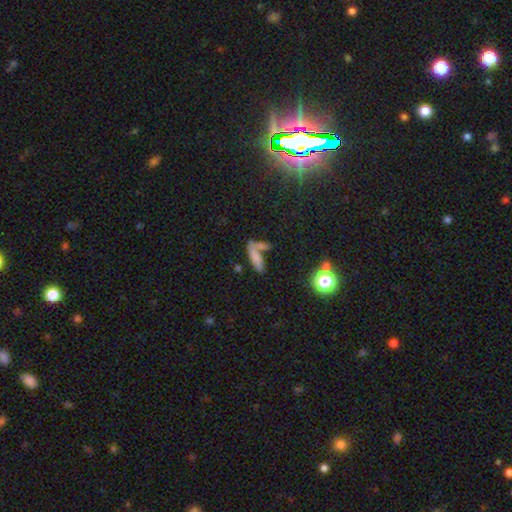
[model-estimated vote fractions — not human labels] Smooth or featured? smooth (70%)
How rounded? cigar-shaped (59%)
Merging? none (45%)